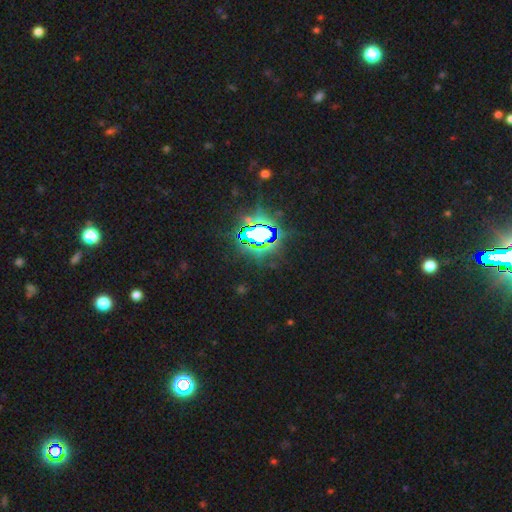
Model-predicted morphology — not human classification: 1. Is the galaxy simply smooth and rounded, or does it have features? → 84% star or artifact, 10% smooth, 6% featured or disk.